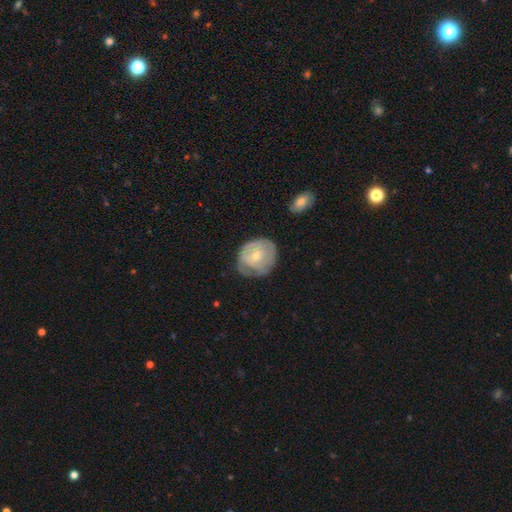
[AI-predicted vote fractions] Smooth or featured?
  - featured or disk: 54% *
  - smooth: 40%
  - star or artifact: 6%
Edge-on disk?
  - no: 97% *
  - yes: 3%
Bar?
  - no: 68% *
  - weak: 27%
  - strong: 5%
Spiral arms?
  - yes: 61% *
  - no: 39%
Bulge size?
  - small: 60% *
  - moderate: 36%
  - none: 2%
  - large: 2%
  - dominant: 1%
Merging?
  - none: 51% *
  - minor disturbance: 32%
  - major disturbance: 15%
  - merger: 2%